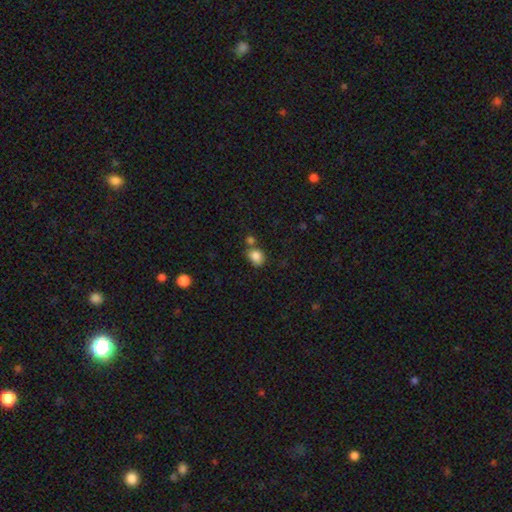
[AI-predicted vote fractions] smooth 85%, star or artifact 10%, featured or disk 5%. Down the decision tree: how rounded — round (51%); merging — none (58%).